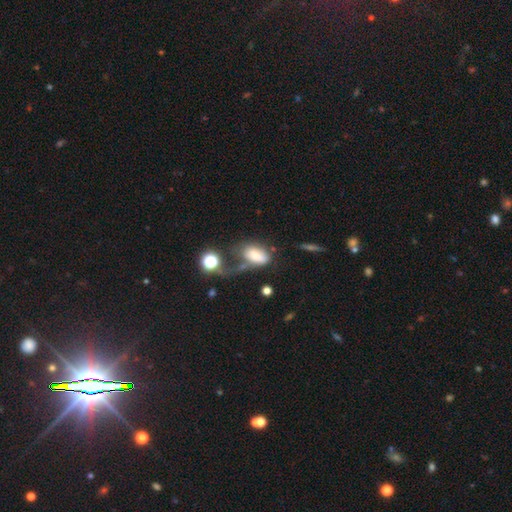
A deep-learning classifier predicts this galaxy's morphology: Overall: smooth (70%). How rounded: in between (90%). Merging: major disturbance (41%; none 22%).